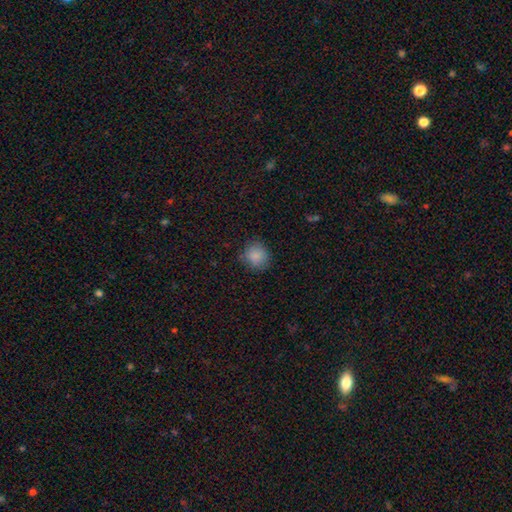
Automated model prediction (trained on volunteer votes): A smooth galaxy with no disk features (86%) that is round (82%). Merging: none (81%).